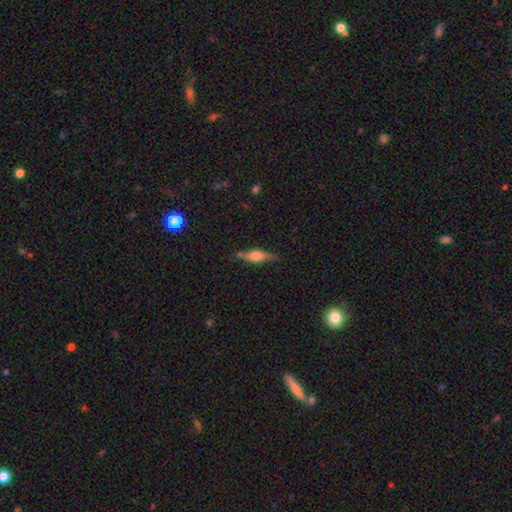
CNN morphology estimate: The model was most divided on "smooth or featured": featured or disk: 53%, smooth: 39%, star or artifact: 8%. More confident: edge-on disk — yes (93%); merging — none (75%).